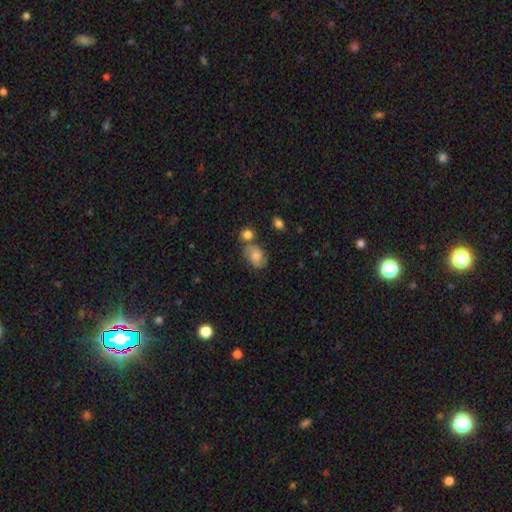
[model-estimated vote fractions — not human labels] Smooth or featured? Predicted: featured or disk (p=0.56). Edge-on disk? Predicted: no (p=0.97). Bar? Predicted: no (p=0.67). Spiral arms? Predicted: yes (p=0.90). Bulge size? Predicted: moderate (p=0.31). Merging? Predicted: none (p=0.59).